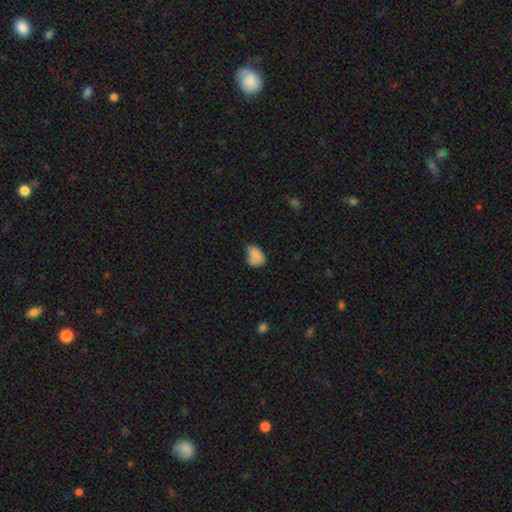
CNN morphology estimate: Overall: smooth (79%). How rounded: in between (79%). Merging: none (40%, tied with minor disturbance).